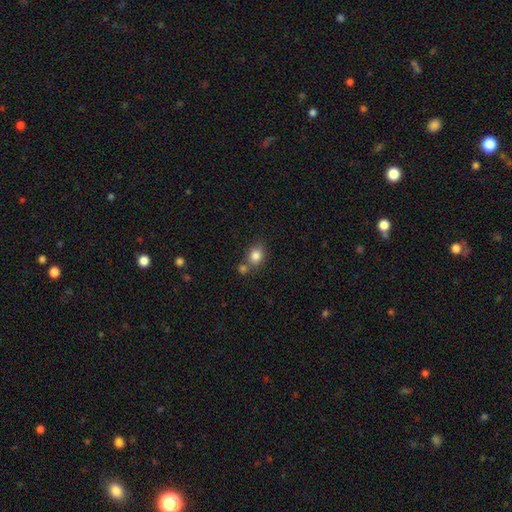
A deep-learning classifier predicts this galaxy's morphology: type=smooth (83%); roundness=round (54%); merging=none (60%).